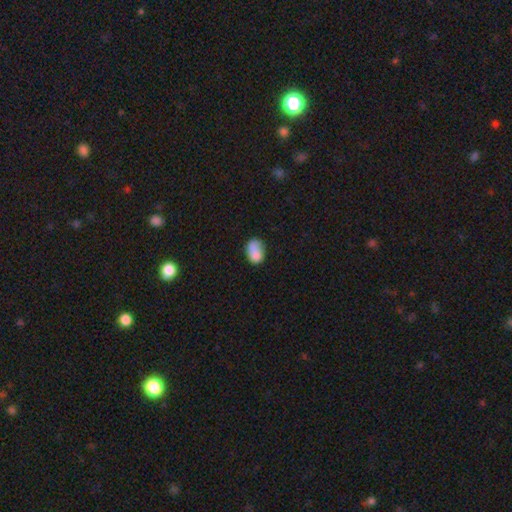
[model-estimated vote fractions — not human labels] Smooth or featured?
  - smooth: 78% *
  - featured or disk: 12%
  - star or artifact: 9%
How rounded?
  - in between: 79% *
  - round: 20%
  - cigar-shaped: 1%
Merging?
  - none: 47% *
  - minor disturbance: 28%
  - merger: 13%
  - major disturbance: 12%